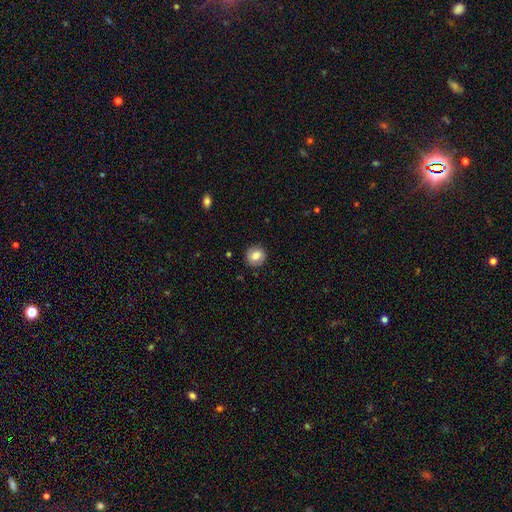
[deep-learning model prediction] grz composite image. It shows a smooth galaxy with no disk features (78%) that is round (86%). Merging: none (88%).